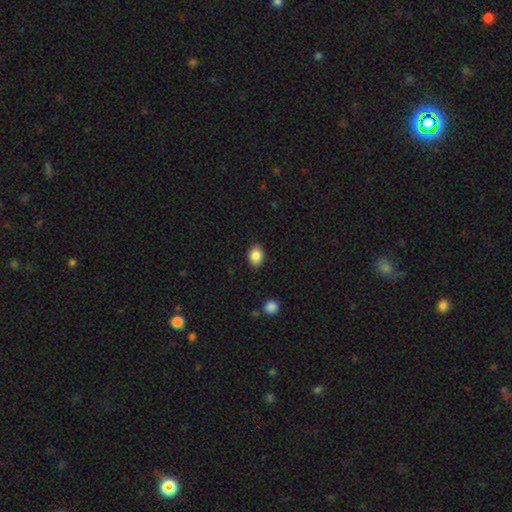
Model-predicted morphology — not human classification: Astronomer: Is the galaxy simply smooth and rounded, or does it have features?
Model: smooth — 87%.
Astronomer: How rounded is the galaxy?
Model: in between — 62%.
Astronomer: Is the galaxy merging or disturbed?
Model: none — 86%.